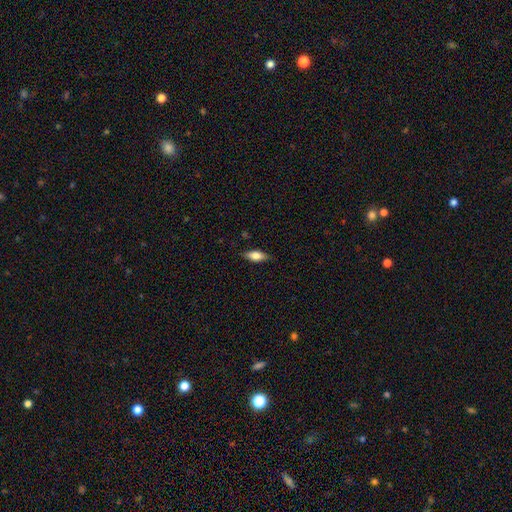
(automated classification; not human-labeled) smooth 74%, featured or disk 19%, star or artifact 7%. Down the decision tree: how rounded — in between (80%); merging — none (83%).